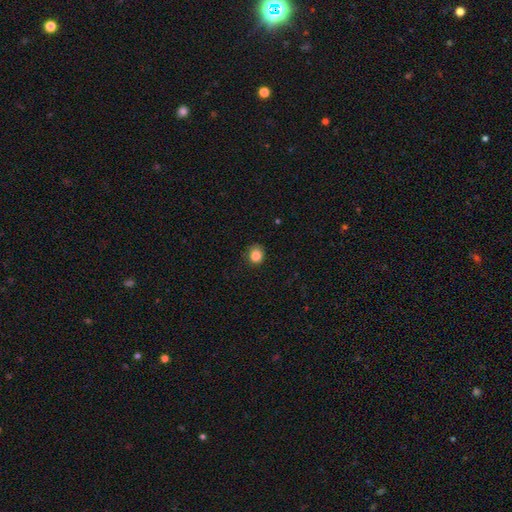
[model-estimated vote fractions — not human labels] Overall: smooth (84%). How rounded: round (83%). Merging: none (83%).